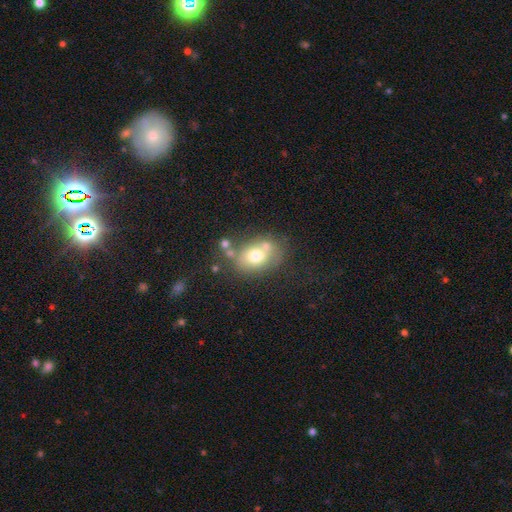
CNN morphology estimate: The model was most divided on "merging": none: 53%, merger: 21%, minor disturbance: 18%, major disturbance: 8%. More confident: how rounded — in between (67%); smooth or featured — smooth (66%).